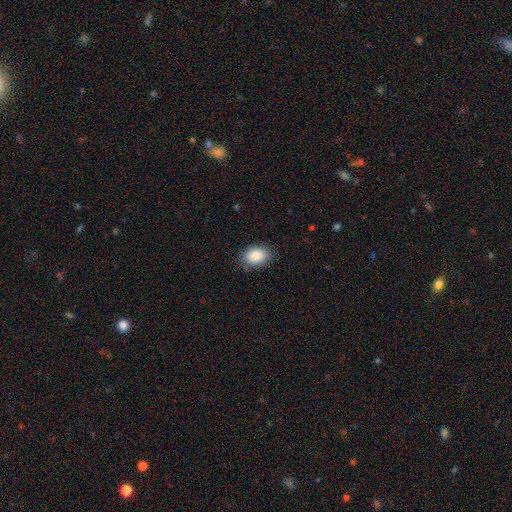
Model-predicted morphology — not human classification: Smooth or featured?
  - smooth: 88% *
  - star or artifact: 7%
  - featured or disk: 5%
How rounded?
  - in between: 83% *
  - round: 16%
  - cigar-shaped: 1%
Merging?
  - none: 83% *
  - minor disturbance: 14%
  - major disturbance: 3%
  - merger: 1%